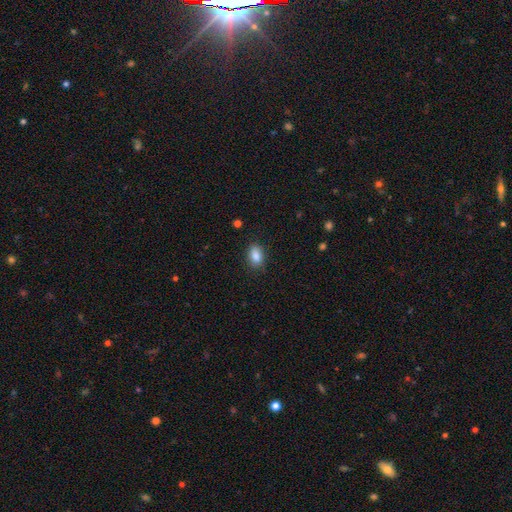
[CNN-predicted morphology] This is clearly a smooth galaxy (87%). How rounded: clearly in between (87%). Merging: clearly none (83%).